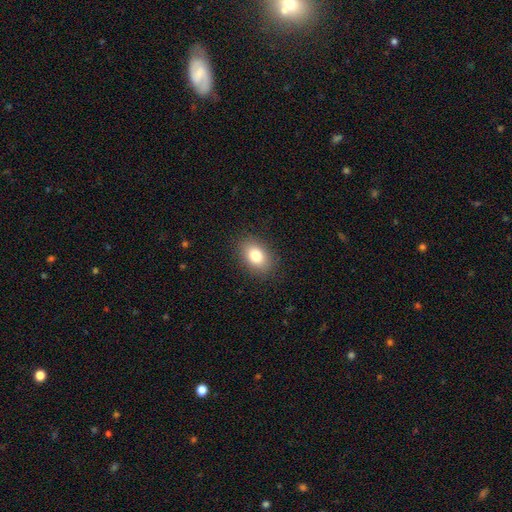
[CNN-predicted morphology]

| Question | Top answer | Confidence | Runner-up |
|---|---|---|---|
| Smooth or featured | smooth | 81% | featured or disk (10%) |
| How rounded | in between | 79% | round (20%) |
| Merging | none | 87% | minor disturbance (9%) |